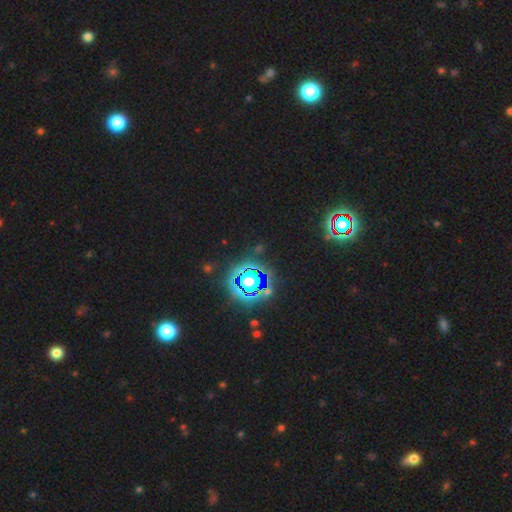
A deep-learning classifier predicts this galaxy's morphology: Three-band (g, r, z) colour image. It shows a star or artifact, not a galaxy (79%).